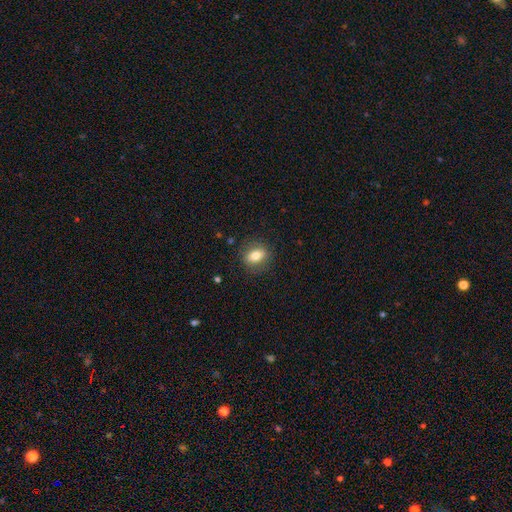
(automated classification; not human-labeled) Overall: smooth (73%). How rounded: in between (60%; round 36%). Merging: none (84%).